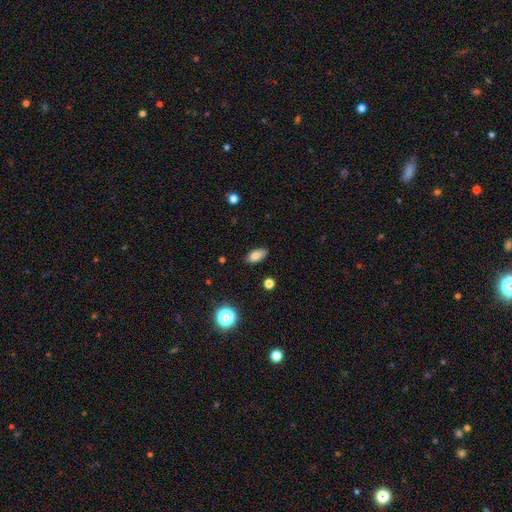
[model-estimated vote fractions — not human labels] The model was most divided on "merging": none: 85%, minor disturbance: 12%, major disturbance: 2%, merger: 1%. More confident: how rounded — in between (90%); smooth or featured — smooth (83%).